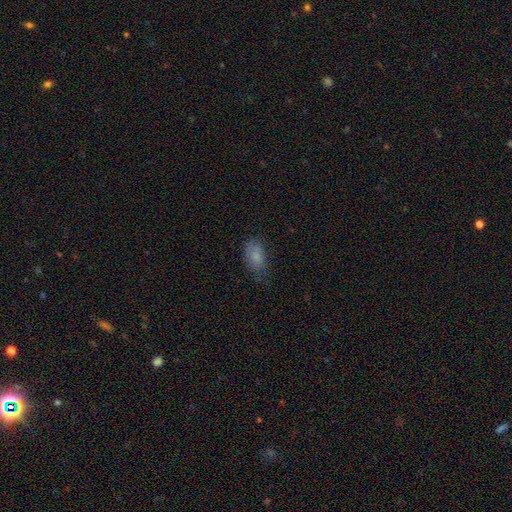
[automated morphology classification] smooth 80%, featured or disk 11%, star or artifact 9%. Down the decision tree: how rounded — in between (90%); merging — none (60%).